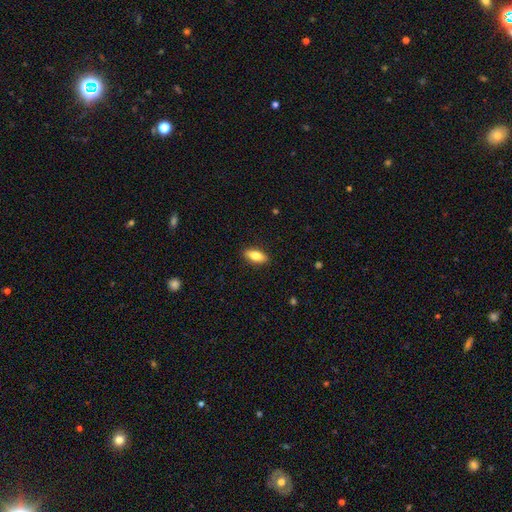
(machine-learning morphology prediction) The model was most divided on "how rounded": in between: 80%, cigar-shaped: 18%, round: 3%. More confident: merging — none (89%); smooth or featured — smooth (79%).